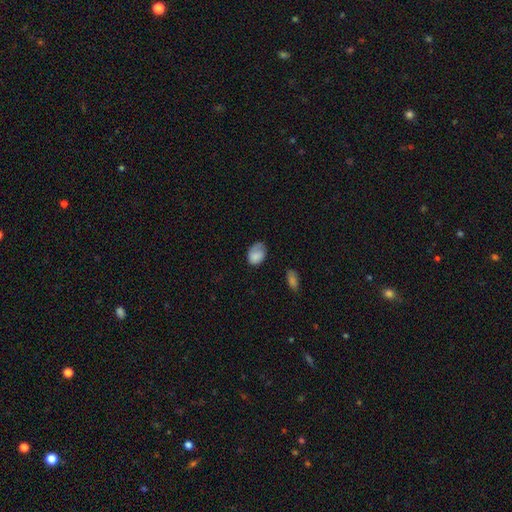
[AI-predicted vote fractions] Overall: smooth (83%). How rounded: in between (75%). Merging: none (51%; minor disturbance 34%).